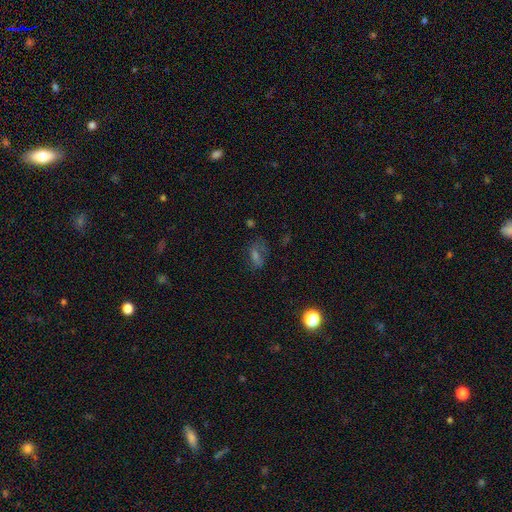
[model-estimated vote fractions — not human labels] Overall: smooth (39%; star or artifact 33%). Merging: none (58%; minor disturbance 21%).